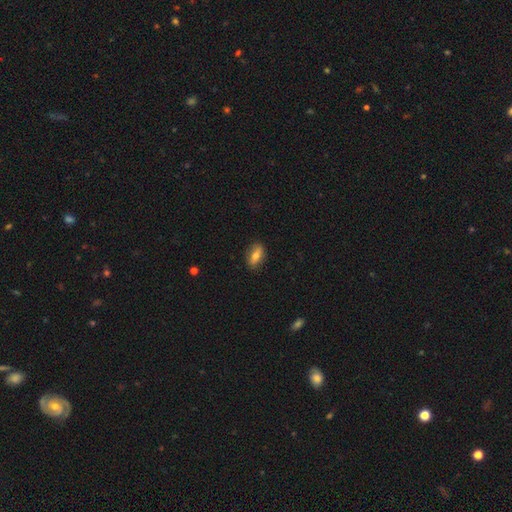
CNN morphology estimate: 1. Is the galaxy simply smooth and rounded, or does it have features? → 63% smooth, 29% featured or disk, 8% star or artifact.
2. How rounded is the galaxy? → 78% in between, 13% cigar-shaped, 9% round.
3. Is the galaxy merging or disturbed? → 85% none, 11% minor disturbance, 2% major disturbance, 1% merger.